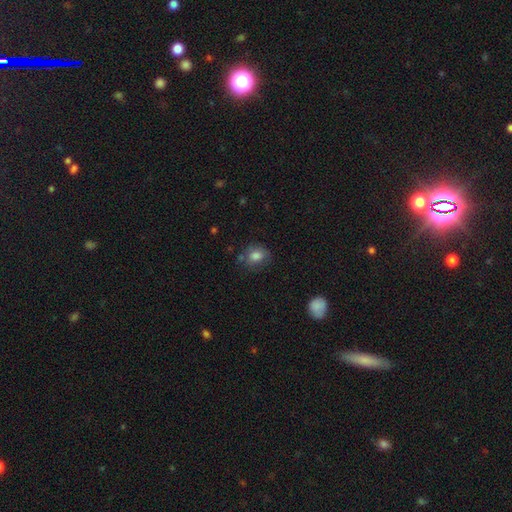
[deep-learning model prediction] smooth 79%, featured or disk 11%, star or artifact 9%. Down the decision tree: how rounded — round (53%); merging — none (66%).